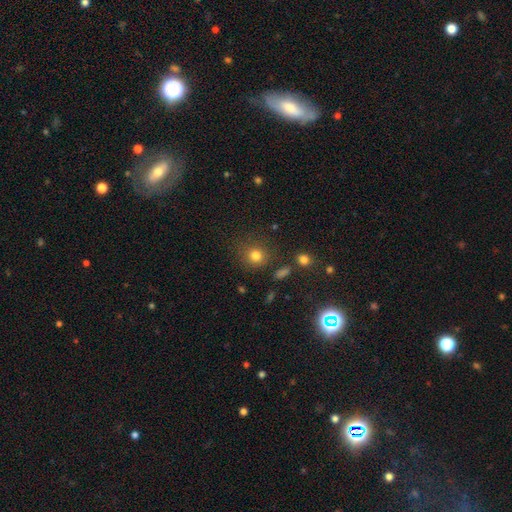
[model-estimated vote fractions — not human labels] Overall: smooth (80%). How rounded: round (87%). Merging: none (81%).